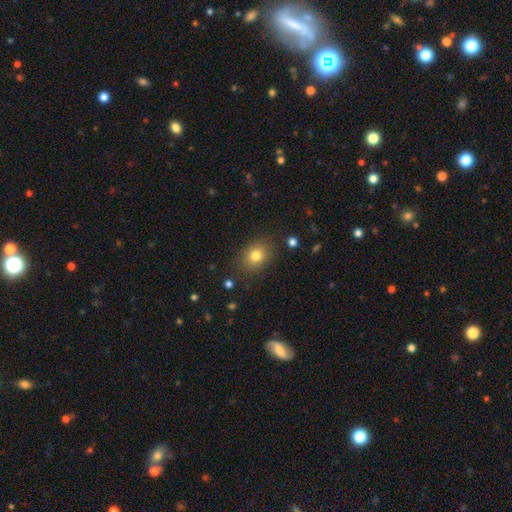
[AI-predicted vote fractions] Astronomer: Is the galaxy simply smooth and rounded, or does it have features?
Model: smooth — 80%.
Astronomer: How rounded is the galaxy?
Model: round — 53% (runner-up: in between, 46%).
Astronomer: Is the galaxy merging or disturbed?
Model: none — 84%.